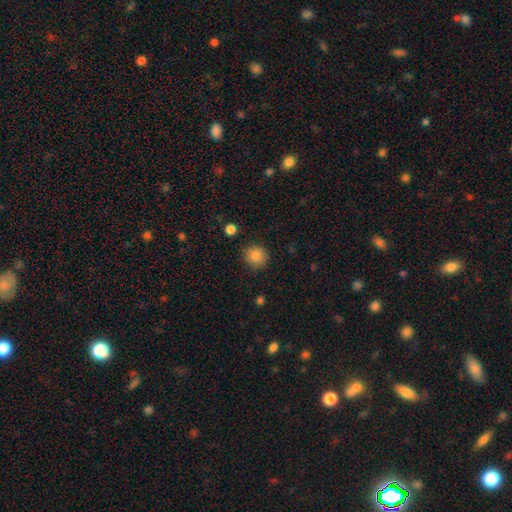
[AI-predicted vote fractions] This appears to be a smooth galaxy with no disk features (86%) that is round (92%). Merging: none (88%).